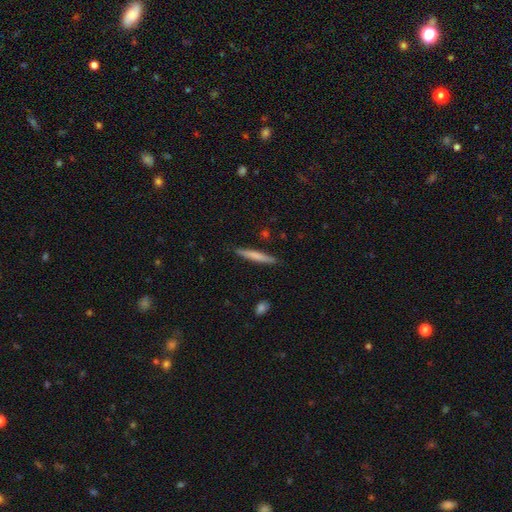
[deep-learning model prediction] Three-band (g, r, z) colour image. It shows a smooth galaxy with no disk features (63%) that is cigar-shaped (96%). Merging: none (89%).